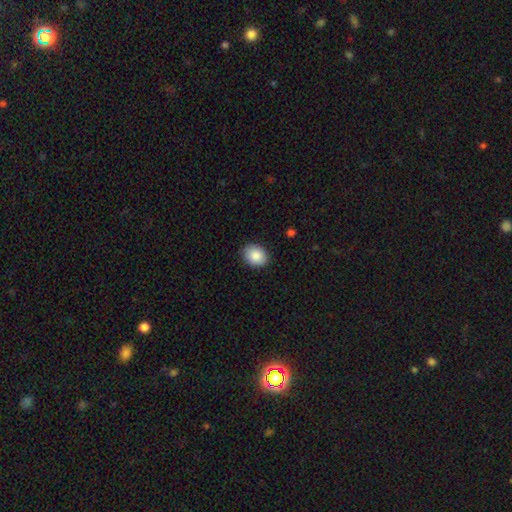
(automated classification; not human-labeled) Smooth or featured? Predicted: smooth (p=0.88). How rounded? Predicted: in between (p=0.57). Merging? Predicted: none (p=0.88).